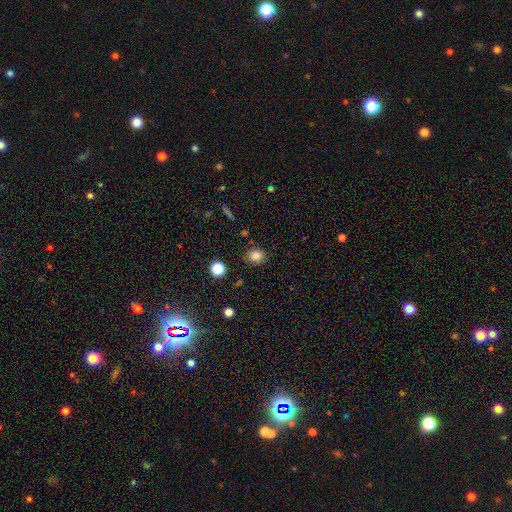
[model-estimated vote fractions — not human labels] A smooth galaxy with no disk features (81%) that is round (77%). Merging: none (85%).